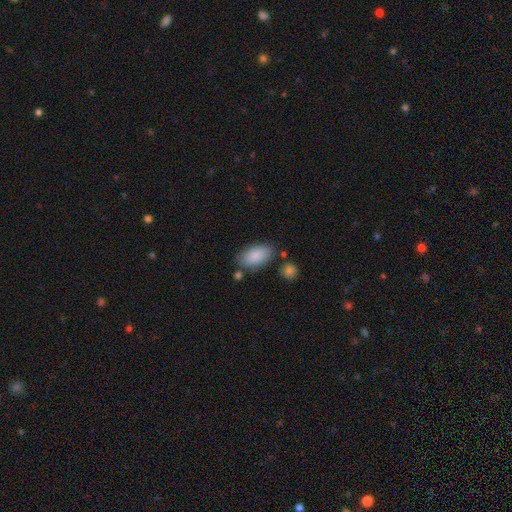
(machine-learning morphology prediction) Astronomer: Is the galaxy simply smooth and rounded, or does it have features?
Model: smooth — 86%.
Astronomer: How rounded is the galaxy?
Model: in between — 94%.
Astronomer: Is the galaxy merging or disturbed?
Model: none — 74%.